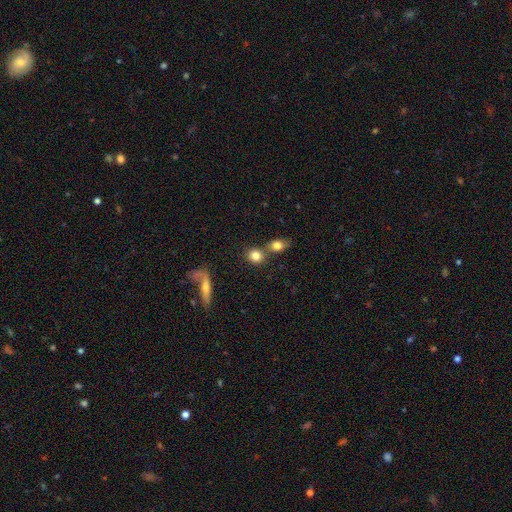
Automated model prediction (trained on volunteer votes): smooth 81%, star or artifact 9%, featured or disk 9%. Down the decision tree: how rounded — round (73%); merging — none (54%).